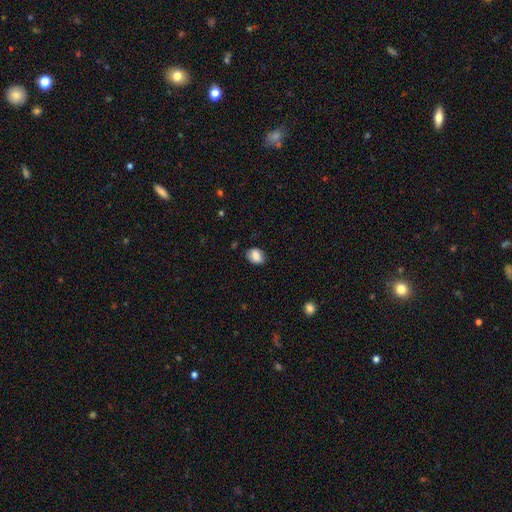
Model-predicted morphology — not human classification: A smooth galaxy with no disk features (81%) that is in between round and cigar-shaped (72%).

Vote fractions:
- Smooth or featured? smooth: 81% / featured or disk: 11% / star or artifact: 8%
- How rounded? in between: 72% / round: 27% / cigar-shaped: 1%
- Merging? none: 79% / minor disturbance: 16% / major disturbance: 4% / merger: 1%